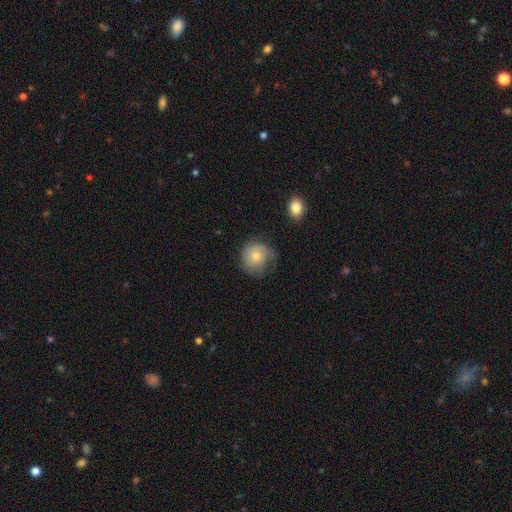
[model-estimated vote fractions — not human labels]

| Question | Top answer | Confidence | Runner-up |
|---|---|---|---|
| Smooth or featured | smooth | 67% | featured or disk (26%) |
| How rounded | round | 86% | in between (13%) |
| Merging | none | 50% | minor disturbance (31%) |